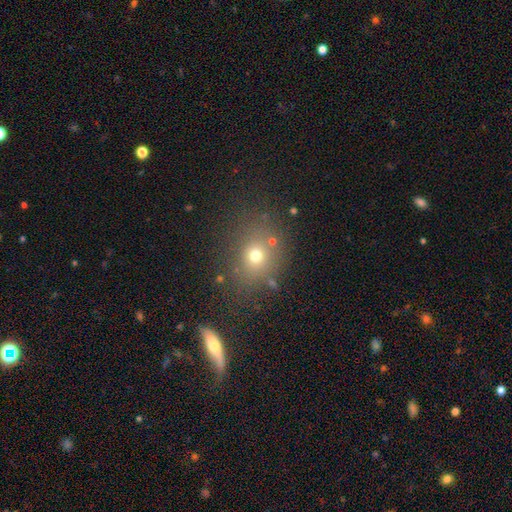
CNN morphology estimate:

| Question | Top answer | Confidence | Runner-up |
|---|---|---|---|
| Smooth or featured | smooth | 68% | star or artifact (20%) |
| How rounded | round | 63% | in between (36%) |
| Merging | none | 78% | minor disturbance (12%) |